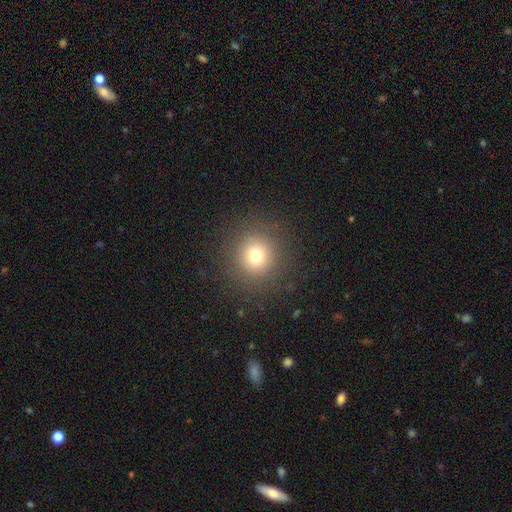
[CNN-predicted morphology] Smooth or featured? Predicted: smooth (p=0.74). How rounded? Predicted: round (p=0.90). Merging? Predicted: none (p=0.88).